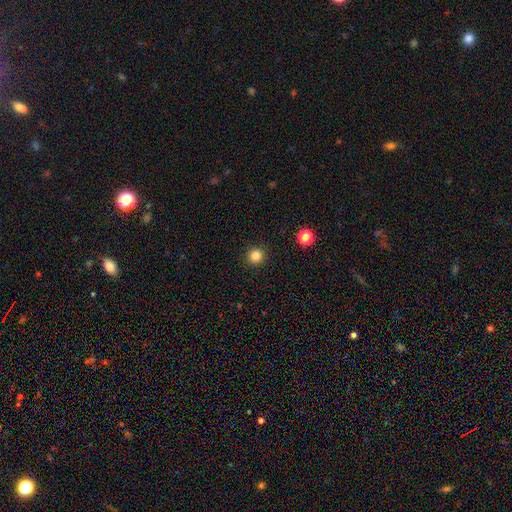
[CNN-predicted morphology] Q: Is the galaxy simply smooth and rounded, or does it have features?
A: smooth — 83%.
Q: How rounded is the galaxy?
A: round — 95%.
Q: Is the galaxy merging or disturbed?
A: none — 93%.